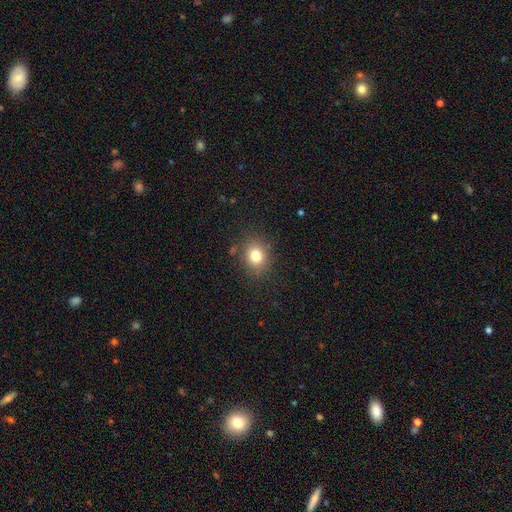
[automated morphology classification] Smooth or featured? Predicted: smooth (p=0.80). How rounded? Predicted: round (p=0.65). Merging? Predicted: none (p=0.84).